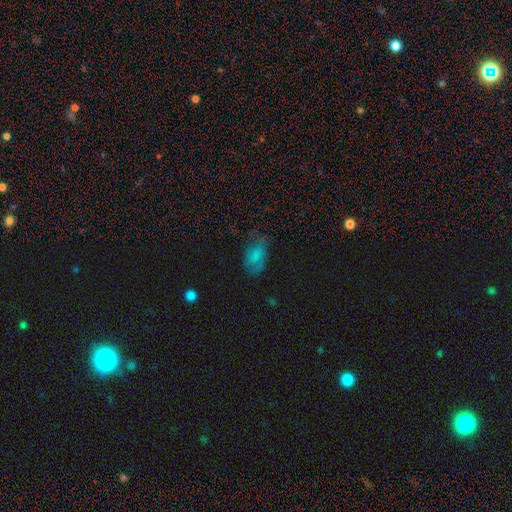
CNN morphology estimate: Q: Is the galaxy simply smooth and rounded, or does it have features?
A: smooth — 65%.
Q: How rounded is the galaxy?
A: in between — 89%.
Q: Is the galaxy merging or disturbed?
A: none — 58%.